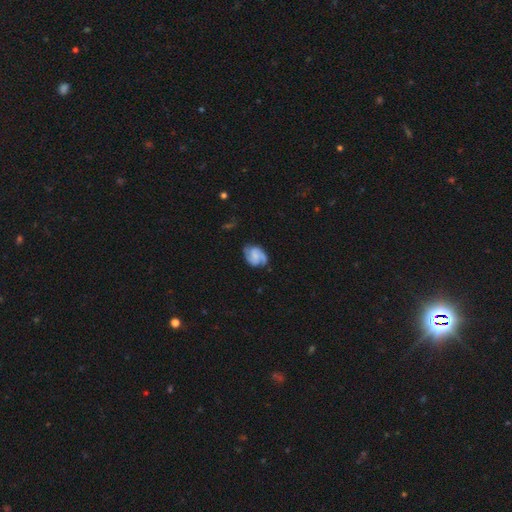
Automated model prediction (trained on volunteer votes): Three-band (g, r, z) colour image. It shows a featured or disk galaxy (70%) with no bar (52%), 2 (66%) medium (47%) spiral arms (94%) and no central bulge (40%). Merging: none (66%).